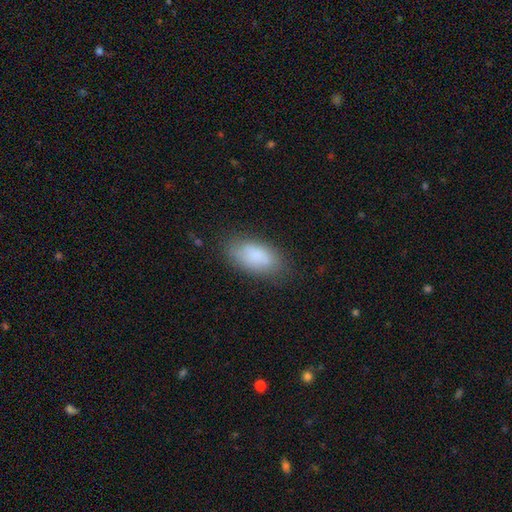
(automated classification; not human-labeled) Smooth or featured?
  - smooth: 84% *
  - featured or disk: 9%
  - star or artifact: 7%
How rounded?
  - in between: 91% *
  - cigar-shaped: 5%
  - round: 3%
Merging?
  - none: 75% *
  - minor disturbance: 18%
  - major disturbance: 5%
  - merger: 2%